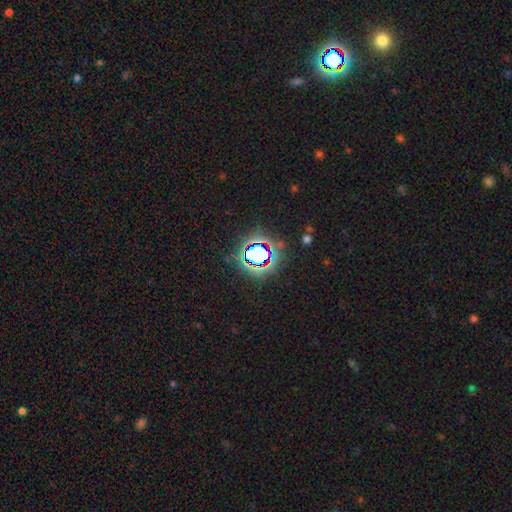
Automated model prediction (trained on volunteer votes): The model was most divided on "smooth or featured": star or artifact: 68%, smooth: 20%, featured or disk: 11%.